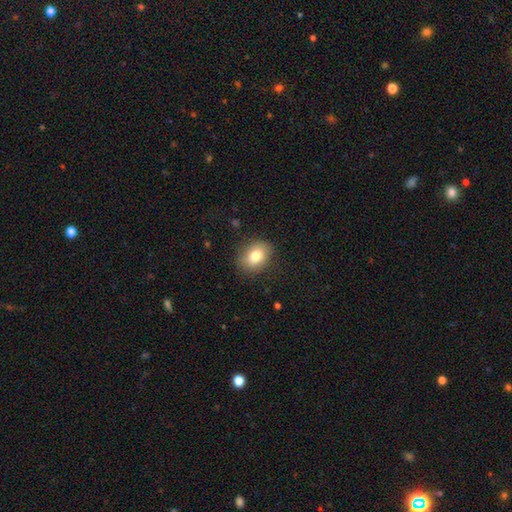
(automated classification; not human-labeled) Morphology: type=smooth (81%); roundness=in between (62%); merging=none (84%).